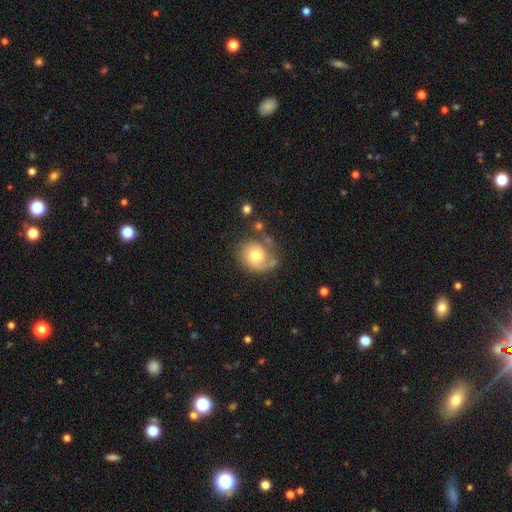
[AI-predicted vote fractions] Morphology: type=smooth (65%); roundness=round (69%); merging=none (58%).